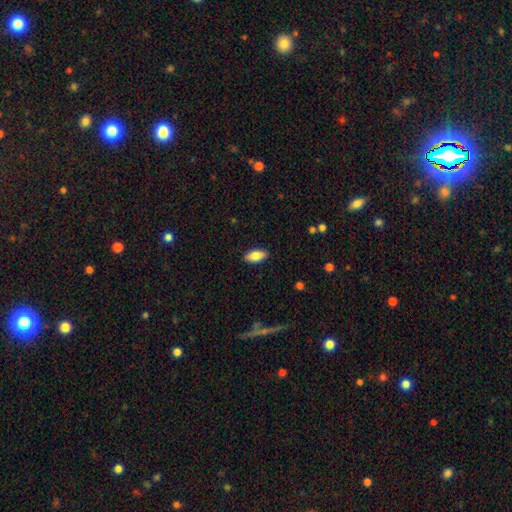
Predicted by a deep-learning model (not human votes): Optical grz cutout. It shows a smooth galaxy with no disk features (81%) that is in between round and cigar-shaped (87%). Merging: none (89%).